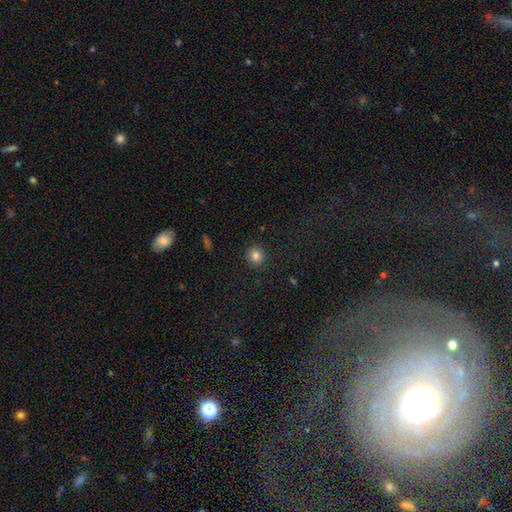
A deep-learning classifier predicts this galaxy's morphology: Overall: smooth (82%). How rounded: round (90%). Merging: none (91%).